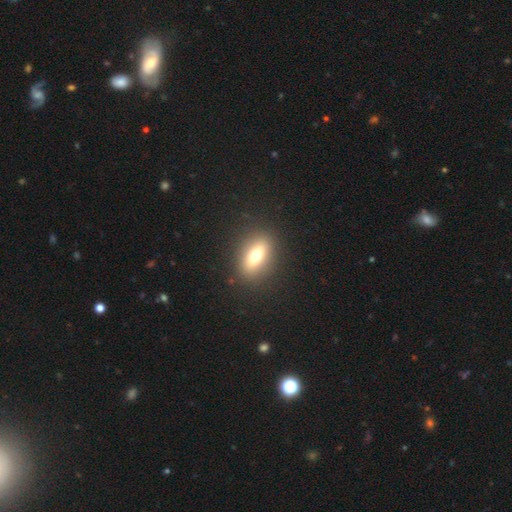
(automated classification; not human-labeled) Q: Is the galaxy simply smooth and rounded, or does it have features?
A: smooth — 65%.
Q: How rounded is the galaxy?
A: in between — 73%.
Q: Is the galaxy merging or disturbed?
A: none — 87%.